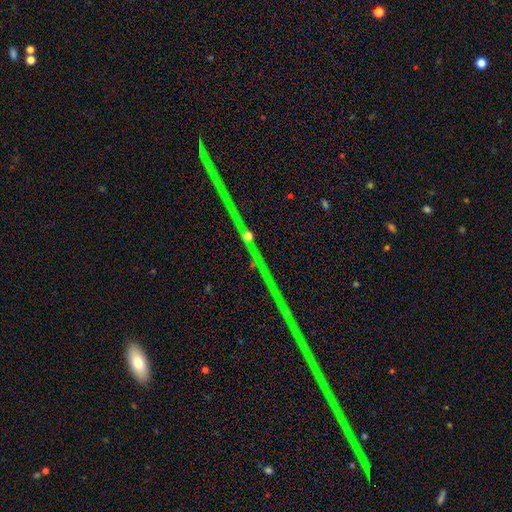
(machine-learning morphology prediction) smooth-or-featured: star or artifact: 82% | featured or disk: 10% | smooth: 8%